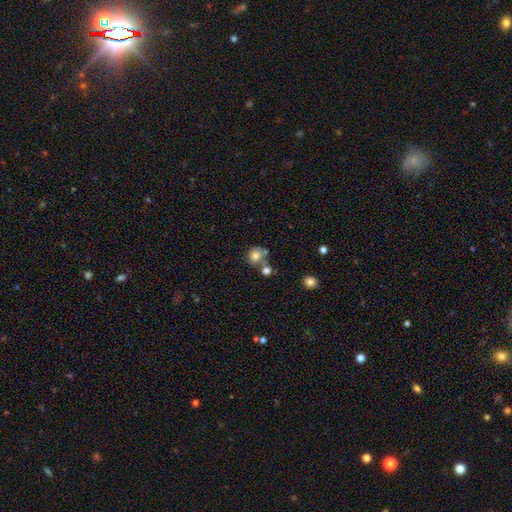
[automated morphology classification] smooth-or-featured: smooth: 76% | featured or disk: 13% | star or artifact: 11%
  how-rounded: round: 81% | in between: 18% | cigar-shaped: 1%
  merging: none: 53% | merger: 26% | minor disturbance: 15% | major disturbance: 6%